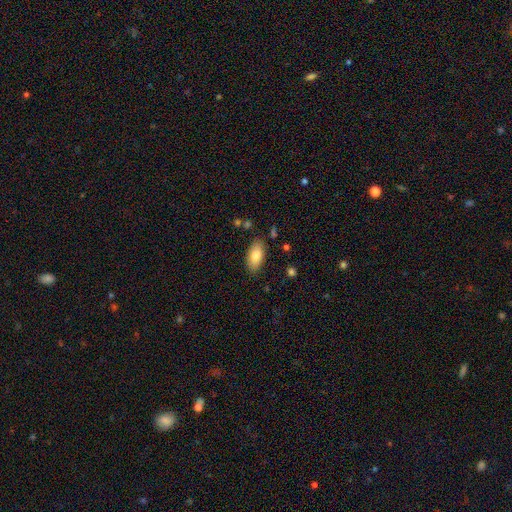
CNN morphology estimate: This appears to be a smooth galaxy with no disk features (82%) that is in between round and cigar-shaped (91%). Merging: none (84%).